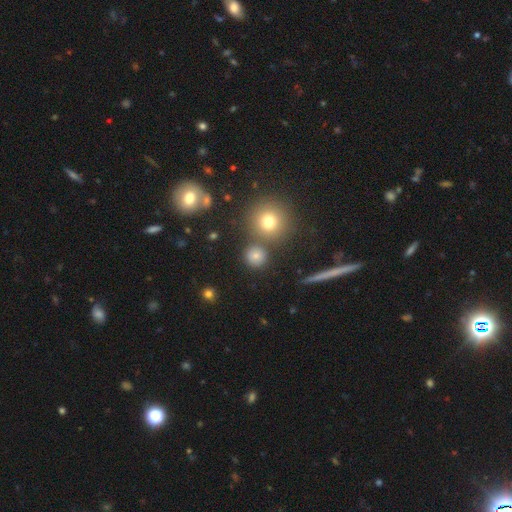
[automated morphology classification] The model was most divided on "smooth or featured": smooth: 76%, star or artifact: 16%, featured or disk: 8%. More confident: how rounded — round (91%); merging — none (81%).